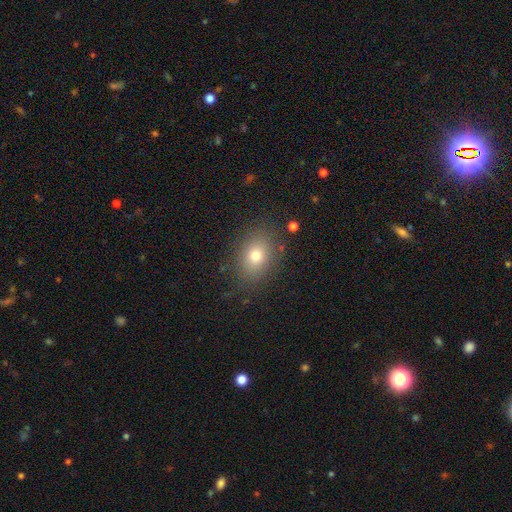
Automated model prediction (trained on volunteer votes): Smooth or featured?
  - smooth: 76% *
  - star or artifact: 13%
  - featured or disk: 12%
How rounded?
  - in between: 61% *
  - round: 37%
  - cigar-shaped: 1%
Merging?
  - none: 83% *
  - minor disturbance: 11%
  - major disturbance: 4%
  - merger: 2%